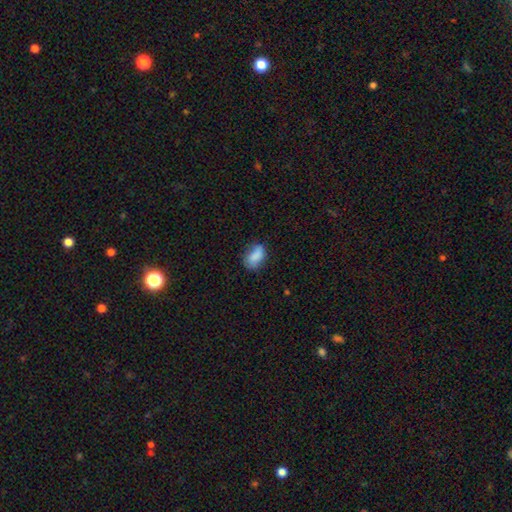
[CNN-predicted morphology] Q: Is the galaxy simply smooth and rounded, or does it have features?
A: smooth — 84%.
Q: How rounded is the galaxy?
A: in between — 86%.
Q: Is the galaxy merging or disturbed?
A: none — 61%.